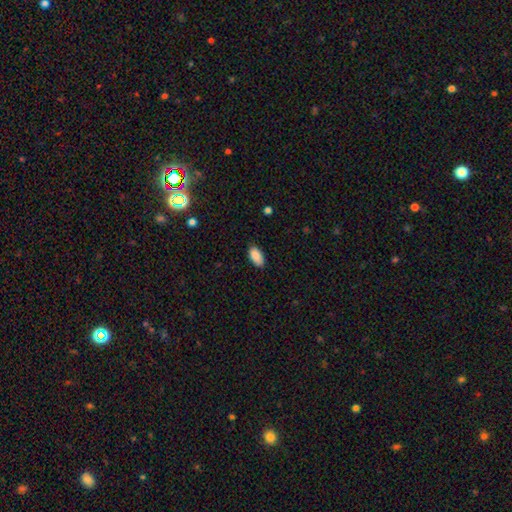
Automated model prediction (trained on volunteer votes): A smooth galaxy with no disk features (88%) that is in between round and cigar-shaped (94%). Merging: none (85%).